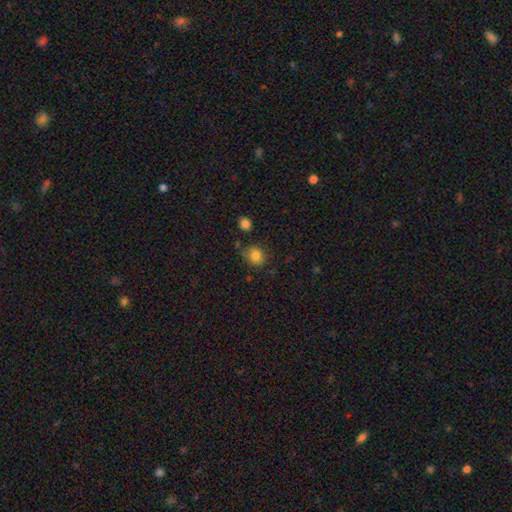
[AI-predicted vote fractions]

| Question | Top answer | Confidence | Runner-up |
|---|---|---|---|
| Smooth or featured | smooth | 82% | star or artifact (11%) |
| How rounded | round | 72% | in between (27%) |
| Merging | none | 71% | minor disturbance (20%) |